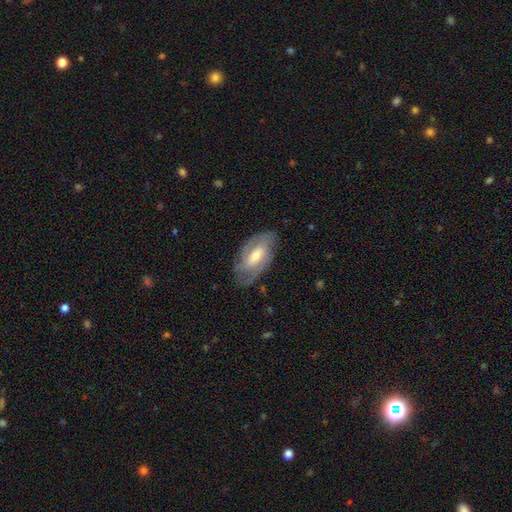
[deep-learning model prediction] smooth_or_featured: featured or disk (p=0.73) [alt: smooth p=0.21]
disk_edge_on: no (p=0.93) [alt: yes p=0.07]
bar: weak (p=0.46) [alt: no p=0.31]
has_spiral_arms: yes (p=0.87) [alt: no p=0.13]
spiral_winding: tight (p=0.47) [alt: medium p=0.40]
spiral_arm_count: 2 (p=0.56) [alt: can't tell p=0.24]
bulge_size: moderate (p=0.61) [alt: small p=0.29]
merging: none (p=0.75) [alt: minor disturbance p=0.18]